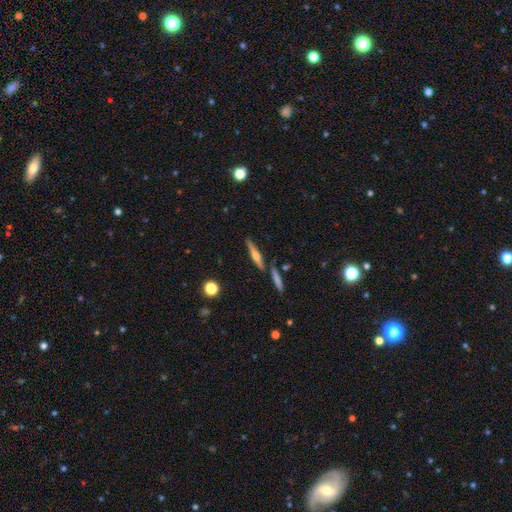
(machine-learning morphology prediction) smooth_or_featured: featured or disk (p=0.56) [alt: smooth p=0.37]
disk_edge_on: yes (p=0.95) [alt: no p=0.05]
edge_on_bulge: rounded (p=0.69) [alt: none p=0.18]
merging: none (p=0.81) [alt: minor disturbance p=0.09]